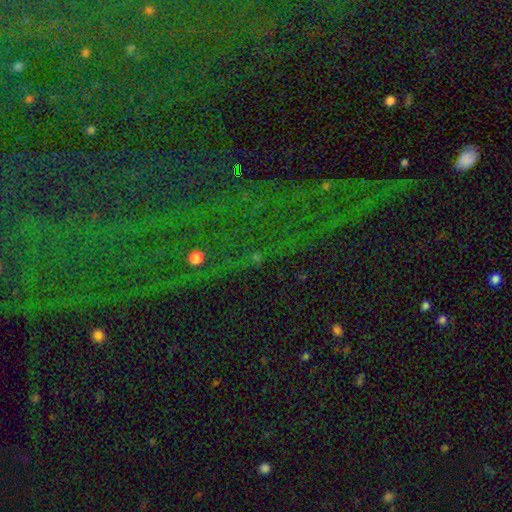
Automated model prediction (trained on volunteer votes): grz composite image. It shows a star or artifact, not a galaxy (82%).